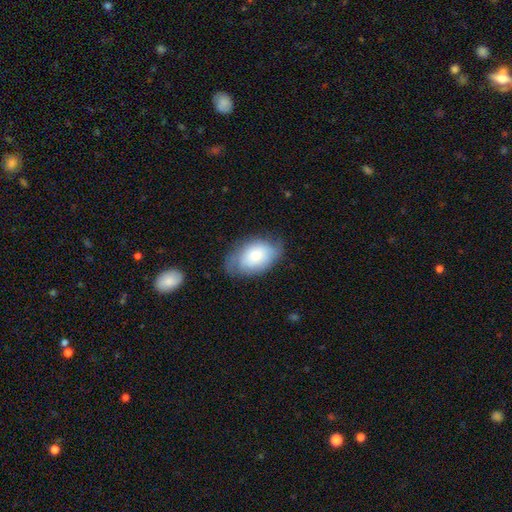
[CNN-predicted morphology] Smooth or featured: smooth — 65% (featured or disk — 28%)
How rounded: in between — 88% (round — 10%)
Merging: none — 59% (minor disturbance — 29%)